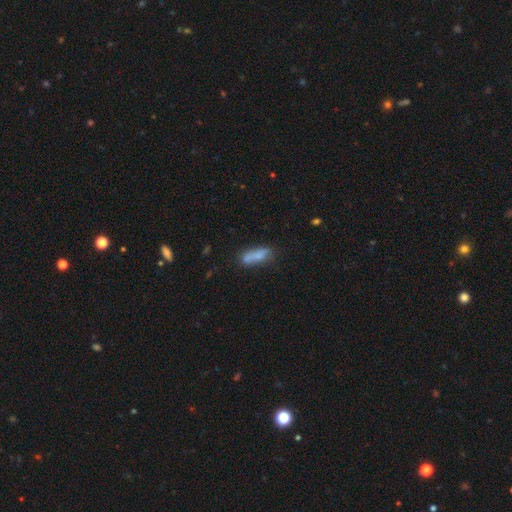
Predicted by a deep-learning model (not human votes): This appears to be a smooth galaxy with no disk features (70%) that is cigar-shaped (57%). Merging: none (59%).